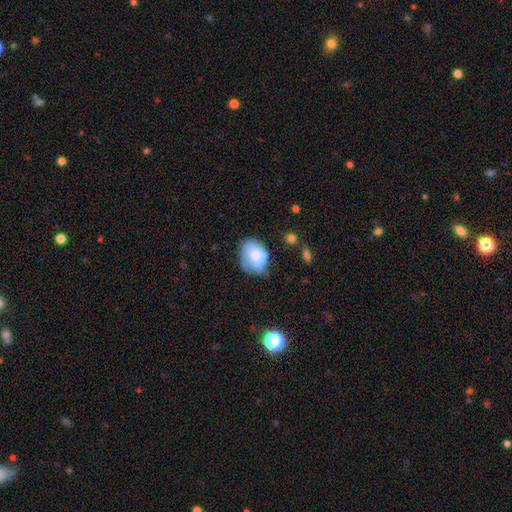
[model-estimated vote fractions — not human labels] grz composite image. It shows a smooth galaxy with no disk features (56%) that is in between round and cigar-shaped (60%). Merging: none (48%).